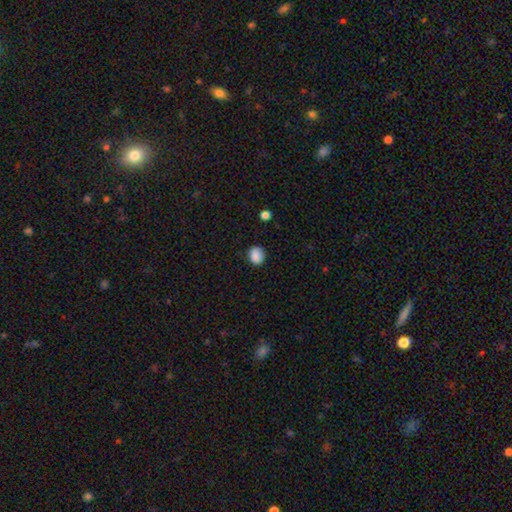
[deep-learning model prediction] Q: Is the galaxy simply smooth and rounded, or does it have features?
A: smooth — 87%.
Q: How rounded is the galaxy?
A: round — 65%.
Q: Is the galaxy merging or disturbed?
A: none — 83%.